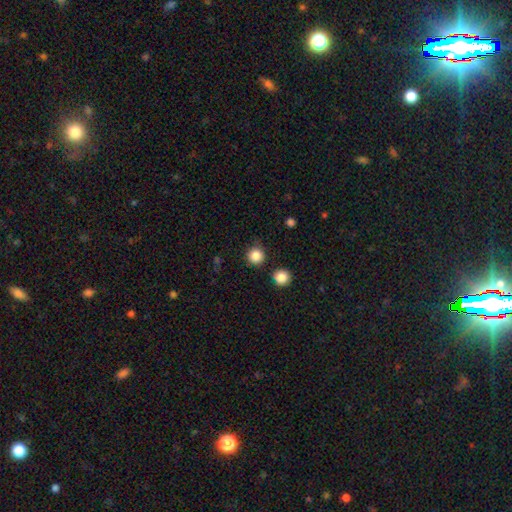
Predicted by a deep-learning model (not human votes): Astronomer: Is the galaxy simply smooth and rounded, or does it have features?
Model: smooth — 85%.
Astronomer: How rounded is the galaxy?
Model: round — 95%.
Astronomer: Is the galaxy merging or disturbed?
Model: none — 87%.